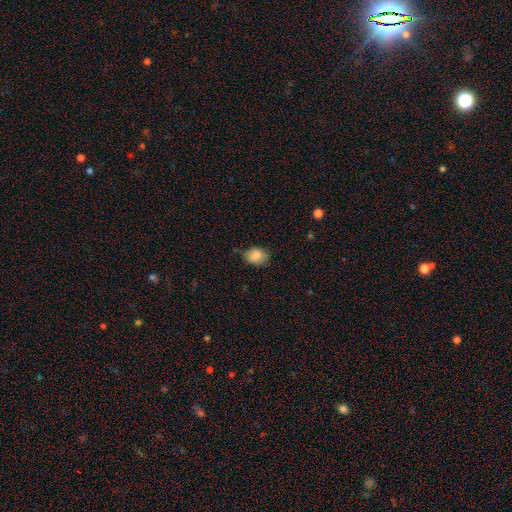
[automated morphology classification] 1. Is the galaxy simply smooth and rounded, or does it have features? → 83% smooth, 9% featured or disk, 8% star or artifact.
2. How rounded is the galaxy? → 63% in between, 36% round, 1% cigar-shaped.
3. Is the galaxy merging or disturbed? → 71% none, 23% minor disturbance, 4% major disturbance, 2% merger.